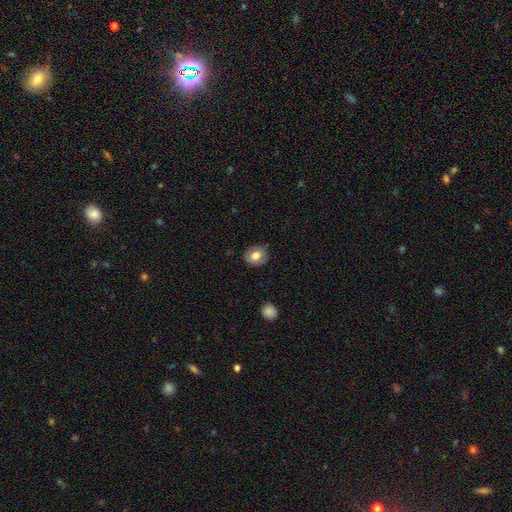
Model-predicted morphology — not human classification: The model was most divided on "how rounded": round: 67%, in between: 32%, cigar-shaped: 1%. More confident: merging — none (83%); smooth or featured — smooth (79%).